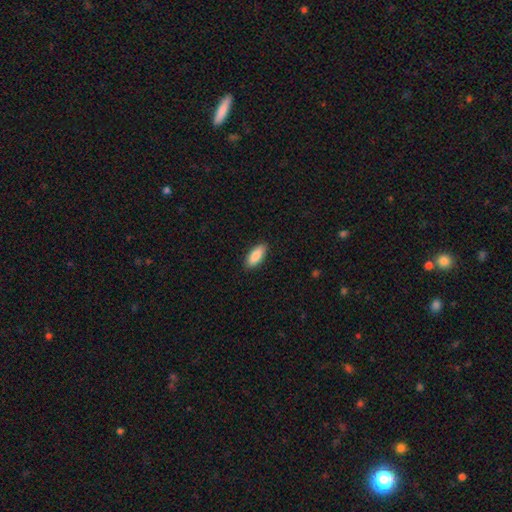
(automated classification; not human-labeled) smooth-or-featured: smooth: 89% | star or artifact: 6% | featured or disk: 5%
  how-rounded: in between: 79% | cigar-shaped: 20% | round: 2%
  merging: none: 89% | minor disturbance: 8% | major disturbance: 2% | merger: 1%